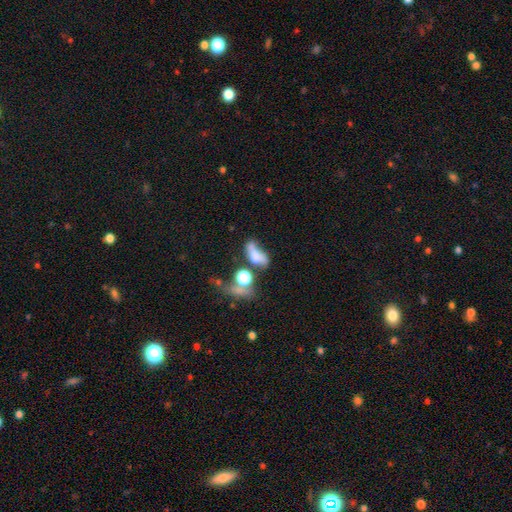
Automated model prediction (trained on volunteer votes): smooth_or_featured: smooth (p=0.57) [alt: featured or disk p=0.27]
how_rounded: in between (p=0.69) [alt: cigar-shaped p=0.17]
merging: merger (p=0.31) [alt: none p=0.25]